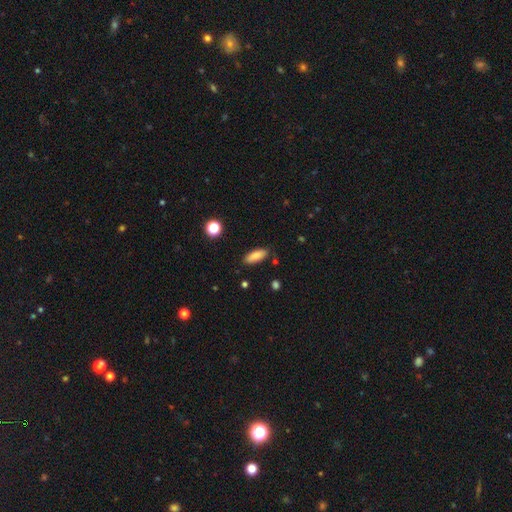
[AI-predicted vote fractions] smooth 84%, featured or disk 8%, star or artifact 8%. Down the decision tree: how rounded — in between (70%); merging — none (84%).